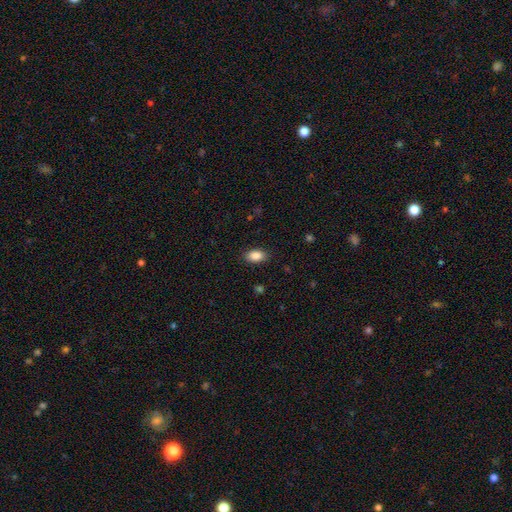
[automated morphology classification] A smooth galaxy with no disk features (87%) that is in between round and cigar-shaped (91%).

Vote fractions:
- Smooth or featured? smooth: 87% / star or artifact: 8% / featured or disk: 5%
- How rounded? in between: 91% / round: 7% / cigar-shaped: 2%
- Merging? none: 87% / minor disturbance: 9% / major disturbance: 2% / merger: 1%